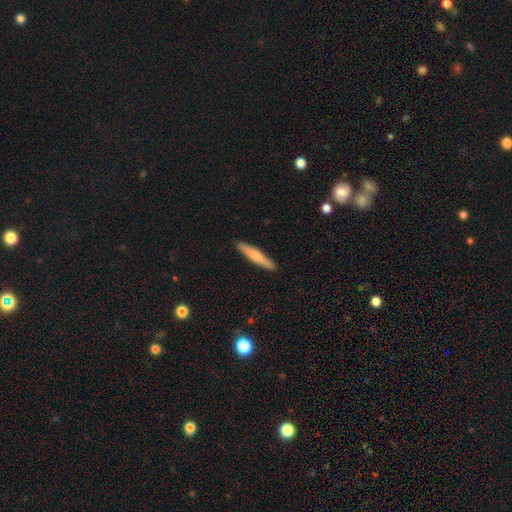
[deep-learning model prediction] Morphology: type=smooth (66%); roundness=cigar-shaped (92%); merging=none (91%).